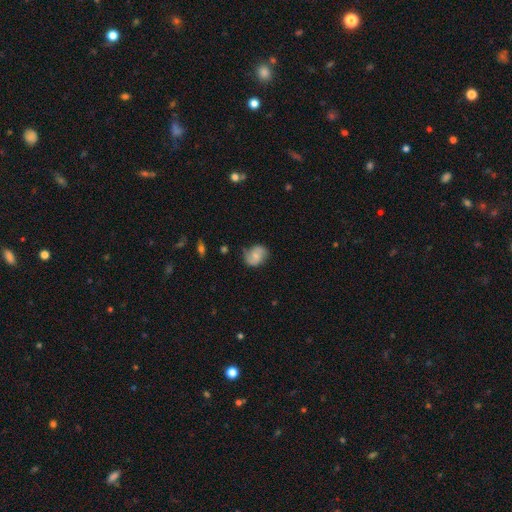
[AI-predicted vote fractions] Smooth or featured? Predicted: featured or disk (p=0.49). Merging? Predicted: none (p=0.68).